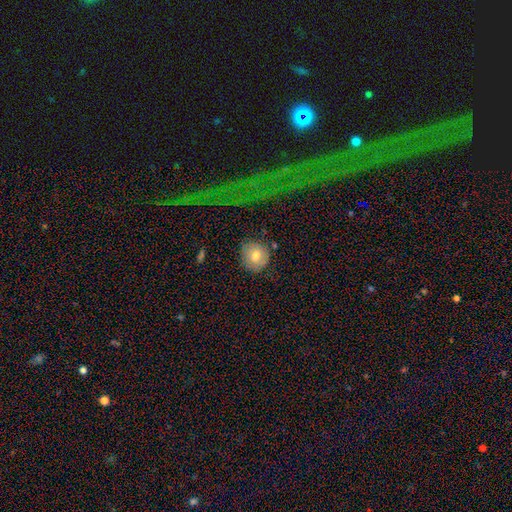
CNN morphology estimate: The model was most divided on "smooth or featured": smooth: 74%, featured or disk: 17%, star or artifact: 9%. More confident: how rounded — round (89%); merging — none (81%).